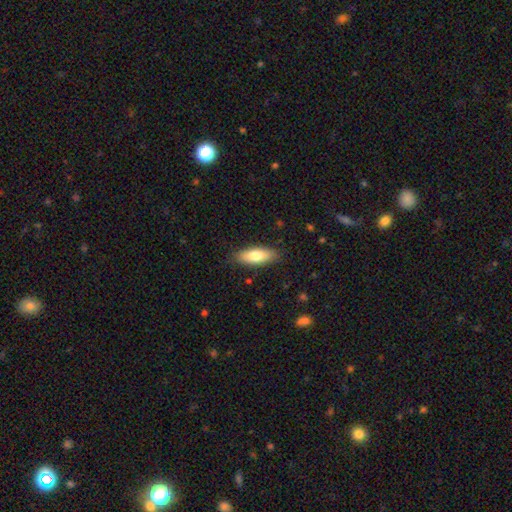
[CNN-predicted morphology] smooth 77%, featured or disk 17%, star or artifact 6%. Down the decision tree: how rounded — in between (70%); merging — none (86%).